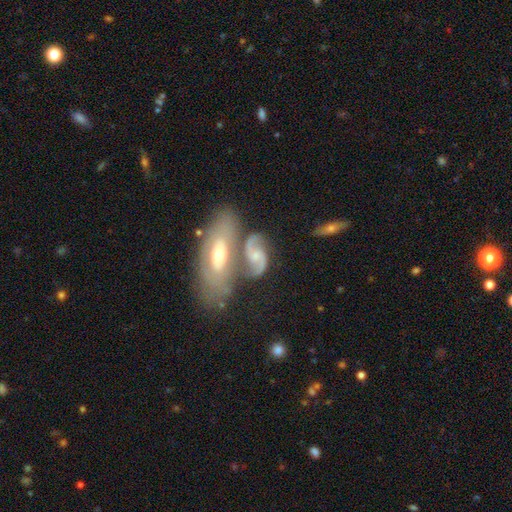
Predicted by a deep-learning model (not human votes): featured or disk 80%, smooth 15%, star or artifact 5%. Down the decision tree: edge-on disk — no (94%); bar — no (56%); spiral arms — yes (93%); spiral arm count — 2 (90%); spiral winding — loose (48%); bulge size — small (46%); merging — merger (43%).